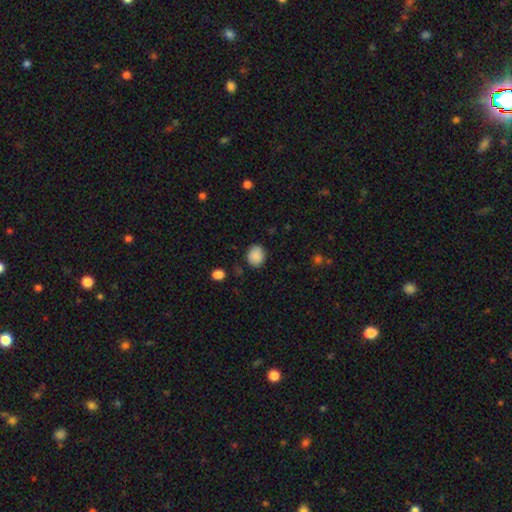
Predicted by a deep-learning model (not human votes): Smooth or featured? Predicted: smooth (p=0.88). How rounded? Predicted: round (p=0.70). Merging? Predicted: none (p=0.82).